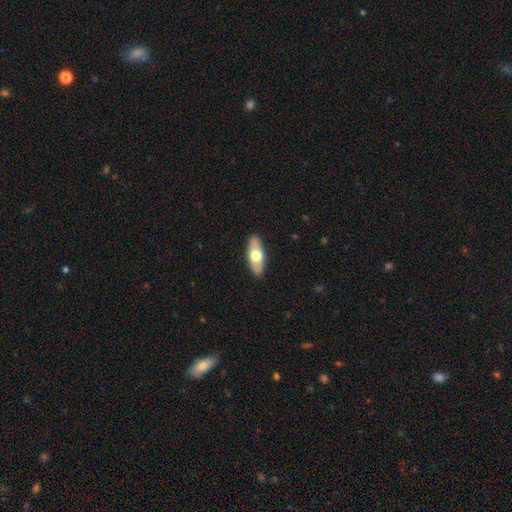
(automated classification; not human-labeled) smooth_or_featured: smooth (p=0.61) [alt: featured or disk p=0.34]
how_rounded: in between (p=0.76) [alt: cigar-shaped p=0.21]
merging: none (p=0.89) [alt: minor disturbance p=0.08]